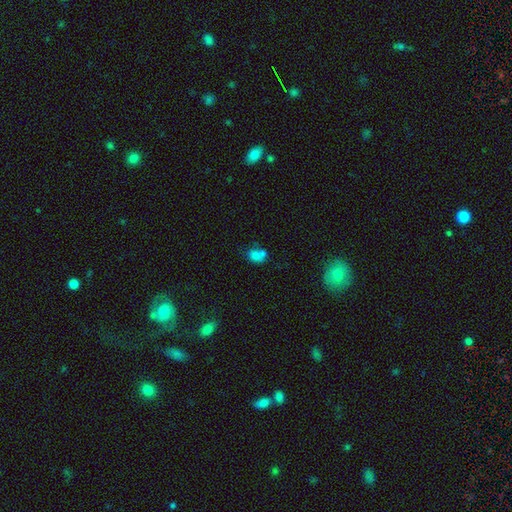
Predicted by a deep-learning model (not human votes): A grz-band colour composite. It shows a smooth galaxy with no disk features (73%) that is in between round and cigar-shaped (57%). Merging: merger (44%).